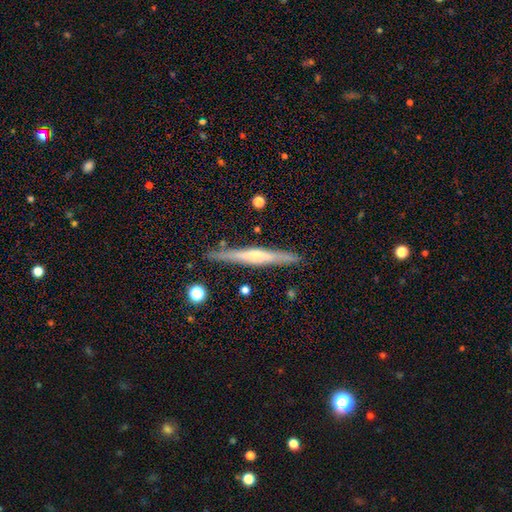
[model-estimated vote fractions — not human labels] The model was most divided on "edge-on bulge": rounded: 66%, none: 26%, boxy: 8%. More confident: edge-on disk — yes (97%); merging — none (88%); smooth or featured — featured or disk (69%).